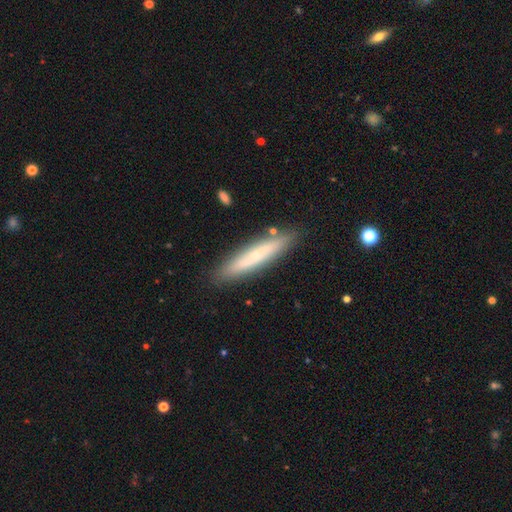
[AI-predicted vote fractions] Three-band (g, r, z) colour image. It shows a smooth galaxy with no disk features (52%) that is cigar-shaped (91%). Merging: none (87%).